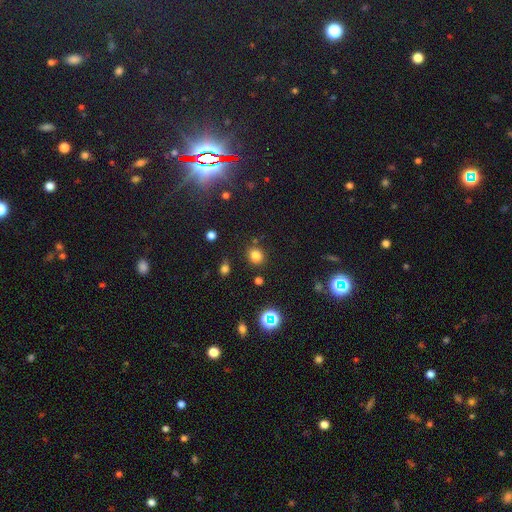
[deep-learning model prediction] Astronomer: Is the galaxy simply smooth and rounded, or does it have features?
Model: smooth — 79%.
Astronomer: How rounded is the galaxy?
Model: round — 73%.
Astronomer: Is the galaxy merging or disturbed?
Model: none — 82%.